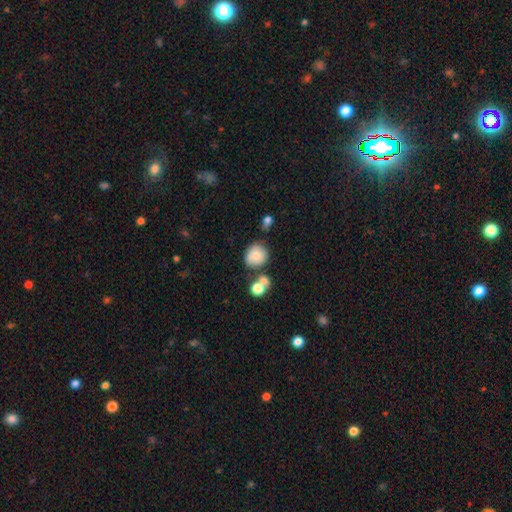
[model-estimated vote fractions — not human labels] This appears to be a smooth galaxy with no disk features (76%) that is round (78%). Merging: none (60%).